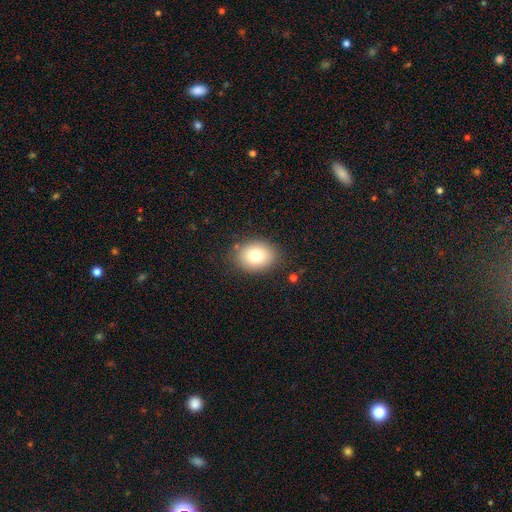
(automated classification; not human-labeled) Overall: smooth (79%). How rounded: in between (60%; round 39%). Merging: none (84%).